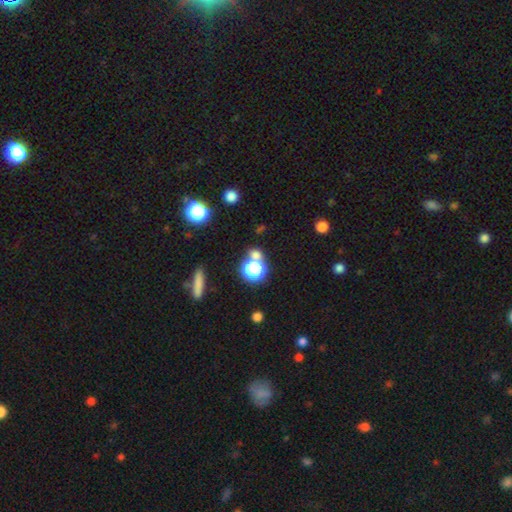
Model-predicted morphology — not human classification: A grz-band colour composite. It shows a smooth galaxy with no disk features (61%) that is round (75%). Merging: none (61%).